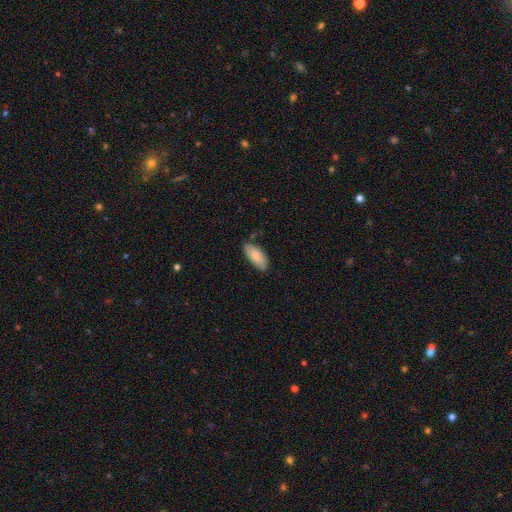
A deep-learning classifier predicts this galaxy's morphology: Smooth or featured? smooth (84%)
How rounded? in between (88%)
Merging? none (74%)